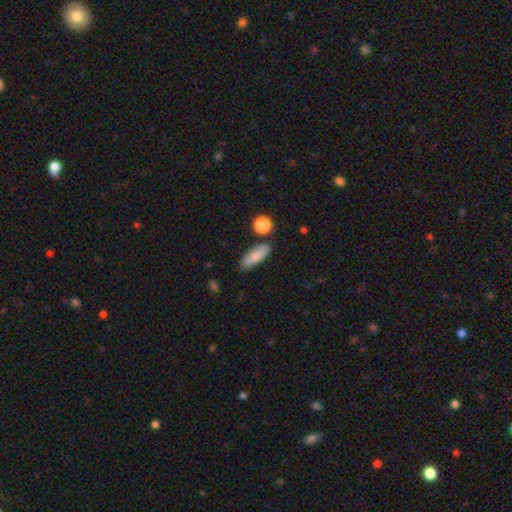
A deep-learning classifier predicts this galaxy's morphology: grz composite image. It shows a smooth galaxy with no disk features (78%) that is in between round and cigar-shaped (63%). Merging: none (78%).